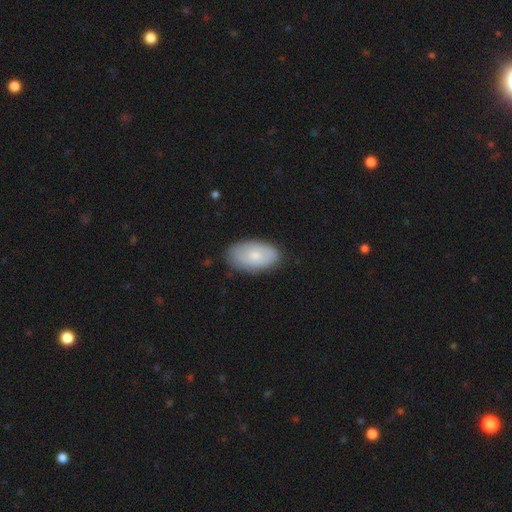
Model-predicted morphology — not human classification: A smooth galaxy with no disk features (70%) that is in between round and cigar-shaped (93%).

Vote fractions:
- Smooth or featured? smooth: 70% / featured or disk: 24% / star or artifact: 6%
- How rounded? in between: 93% / round: 5% / cigar-shaped: 1%
- Merging? none: 82% / minor disturbance: 14% / major disturbance: 3% / merger: 1%